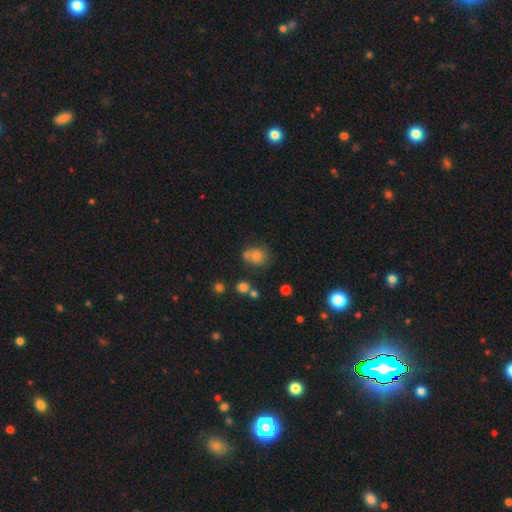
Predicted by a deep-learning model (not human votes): smooth 73%, star or artifact 16%, featured or disk 11%. Down the decision tree: how rounded — round (69%); merging — none (56%).